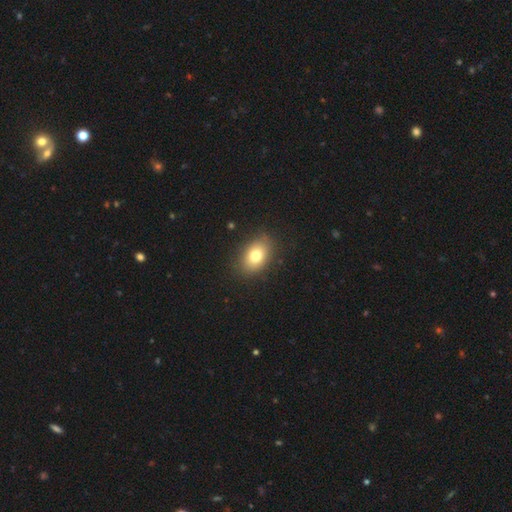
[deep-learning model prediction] Q: Smooth or featured?
A: smooth (77%); runner-up: featured or disk (13%)
Q: How rounded?
A: in between (79%); runner-up: round (20%)
Q: Merging?
A: none (86%); runner-up: minor disturbance (10%)